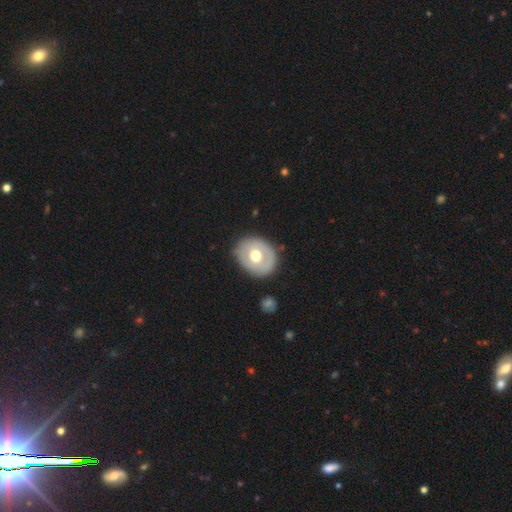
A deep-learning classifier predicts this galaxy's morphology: type=smooth (49%); merging=none (81%).